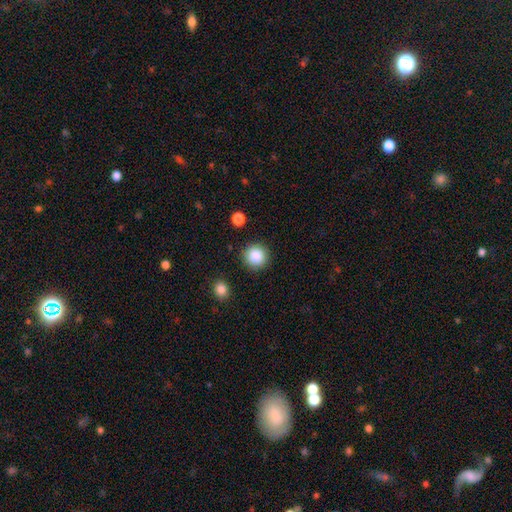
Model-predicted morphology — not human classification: smooth_or_featured: smooth (p=0.86) [alt: star or artifact p=0.09]
how_rounded: round (p=0.93) [alt: in between p=0.06]
merging: none (p=0.89) [alt: minor disturbance p=0.07]